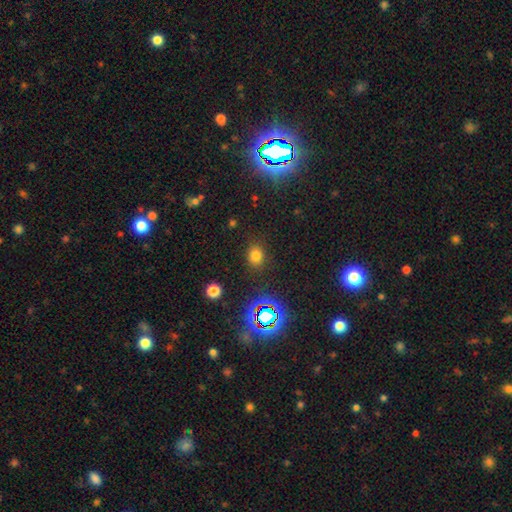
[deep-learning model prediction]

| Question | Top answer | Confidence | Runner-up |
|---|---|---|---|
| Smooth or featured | smooth | 72% | star or artifact (22%) |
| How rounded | round | 59% | in between (40%) |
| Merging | none | 85% | minor disturbance (10%) |